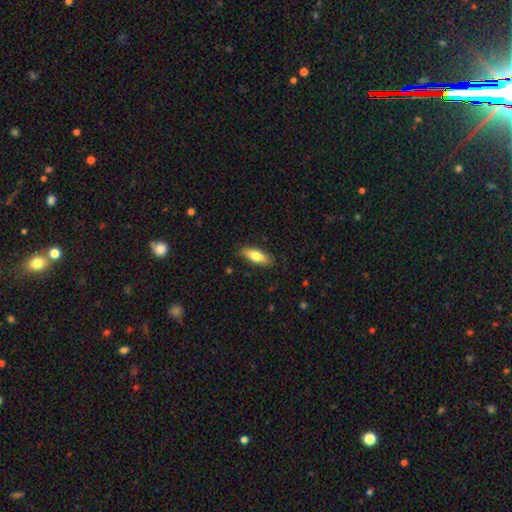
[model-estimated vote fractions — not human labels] A smooth galaxy with no disk features (76%) that is in between round and cigar-shaped (65%).

Vote fractions:
- Smooth or featured? smooth: 76% / featured or disk: 18% / star or artifact: 6%
- How rounded? in between: 65% / cigar-shaped: 33% / round: 2%
- Merging? none: 85% / minor disturbance: 11% / major disturbance: 2% / merger: 1%